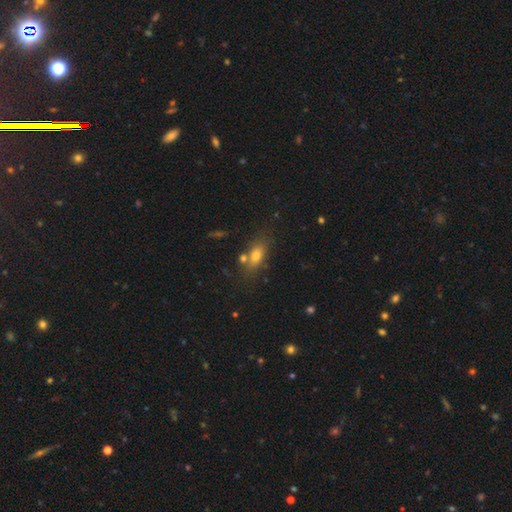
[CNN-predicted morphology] The model was most divided on "merging": none: 68%, minor disturbance: 15%, merger: 12%, major disturbance: 5%. More confident: how rounded — in between (76%); smooth or featured — smooth (73%).